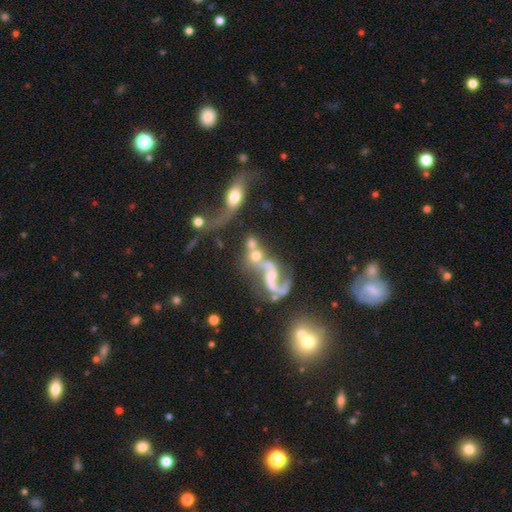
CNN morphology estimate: featured or disk 60%, smooth 28%, star or artifact 12%. Down the decision tree: edge-on disk — no (95%); bar — no (56%); spiral arms — yes (73%); bulge size — small (37%); merging — merger (60%).